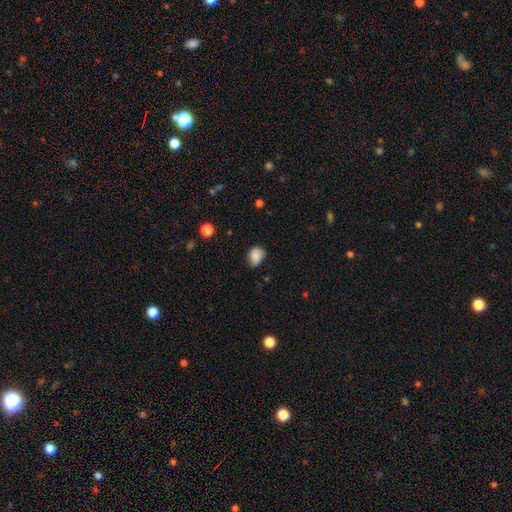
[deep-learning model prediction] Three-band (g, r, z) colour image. It shows a smooth galaxy with no disk features (85%) that is in between round and cigar-shaped (55%). Merging: none (61%).